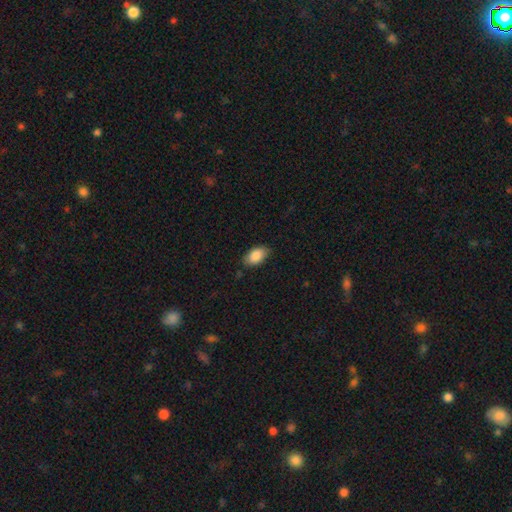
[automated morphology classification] This is clearly a smooth galaxy (86%). How rounded: clearly in between (93%). Merging: clearly none (82%).